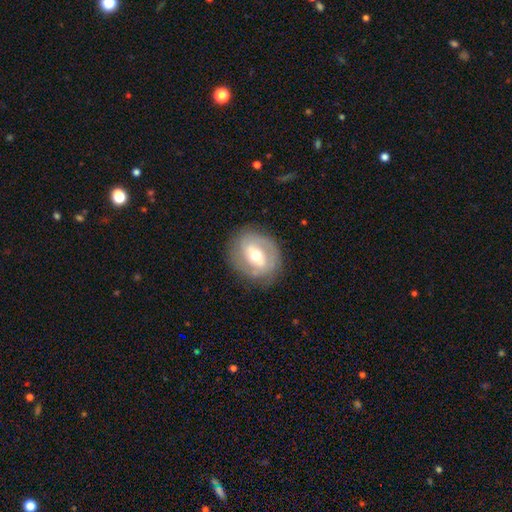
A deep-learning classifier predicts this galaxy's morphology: Overall: featured or disk (66%; smooth 27%). Edge-on disk: no (94%). Bar: weak (41%; strong 35%). Spiral arms: yes (68%; no 32%). Bulge size: moderate (71%). Merging: none (80%).